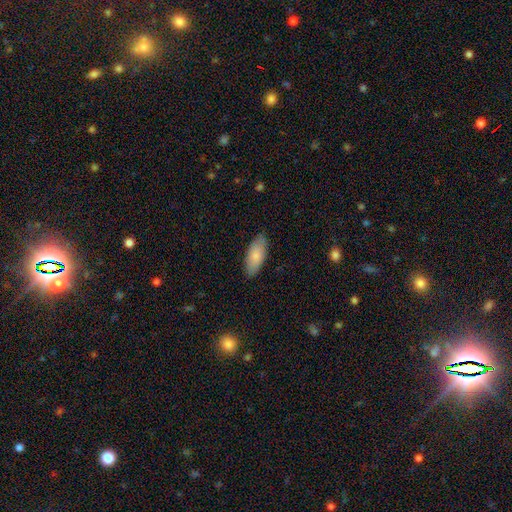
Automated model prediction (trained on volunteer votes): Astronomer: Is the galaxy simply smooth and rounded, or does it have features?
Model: smooth — 83%.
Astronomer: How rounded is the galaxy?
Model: in between — 85%.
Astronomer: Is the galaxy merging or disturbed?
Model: none — 85%.